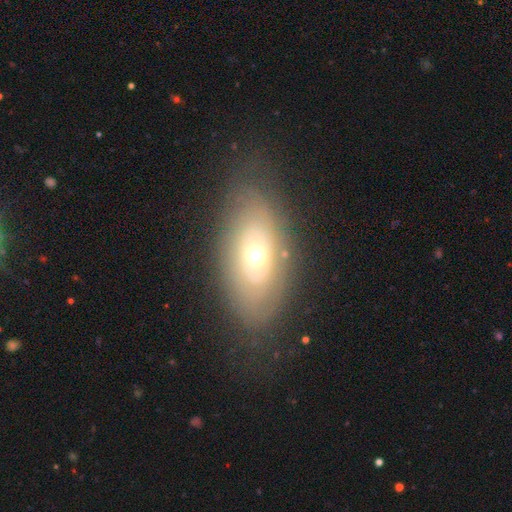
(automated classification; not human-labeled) A featured or disk galaxy (51%).

Vote fractions:
- Smooth or featured? featured or disk: 51% / smooth: 40% / star or artifact: 9%
- Edge-on disk? no: 86% / yes: 14%
- Merging? none: 75% / minor disturbance: 16% / major disturbance: 7% / merger: 2%